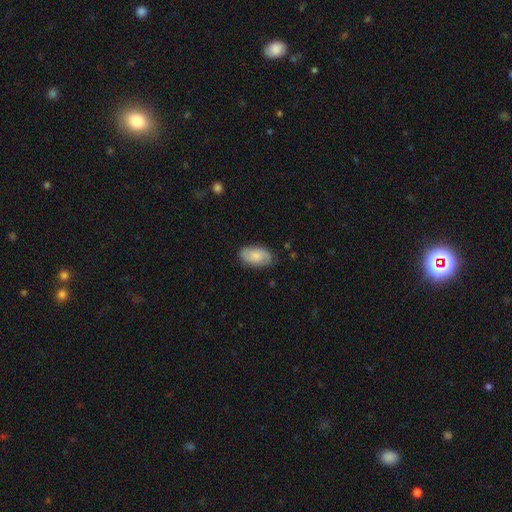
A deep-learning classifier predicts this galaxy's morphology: Smooth or featured? Predicted: smooth (p=0.53). How rounded? Predicted: in between (p=0.93). Merging? Predicted: none (p=0.81).